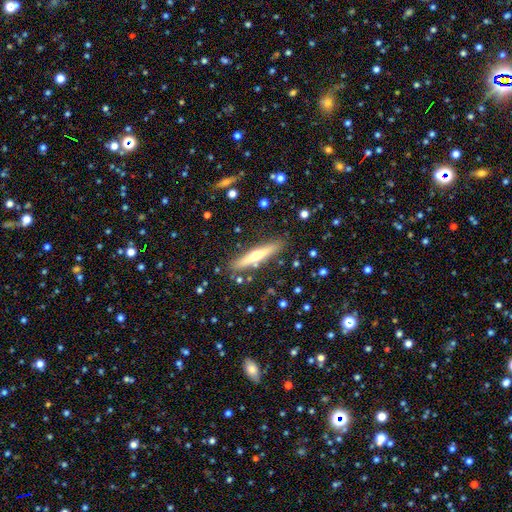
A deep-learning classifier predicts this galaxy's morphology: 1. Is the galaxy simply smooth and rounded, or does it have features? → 51% featured or disk, 42% smooth, 6% star or artifact.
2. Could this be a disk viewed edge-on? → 92% yes, 8% no.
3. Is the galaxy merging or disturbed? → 87% none, 9% minor disturbance, 3% merger, 2% major disturbance.